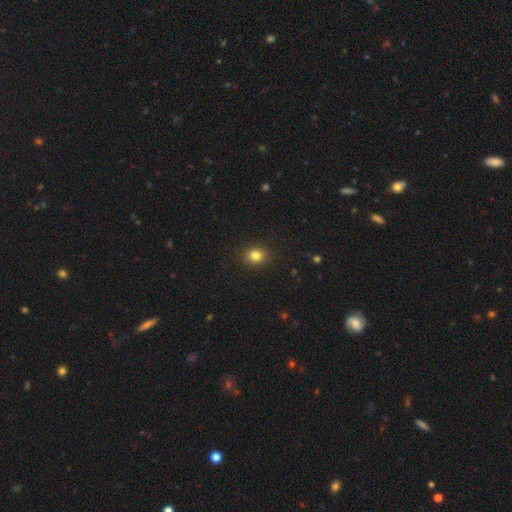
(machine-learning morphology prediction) smooth 82%, star or artifact 12%, featured or disk 5%. Down the decision tree: how rounded — round (71%); merging — none (91%).